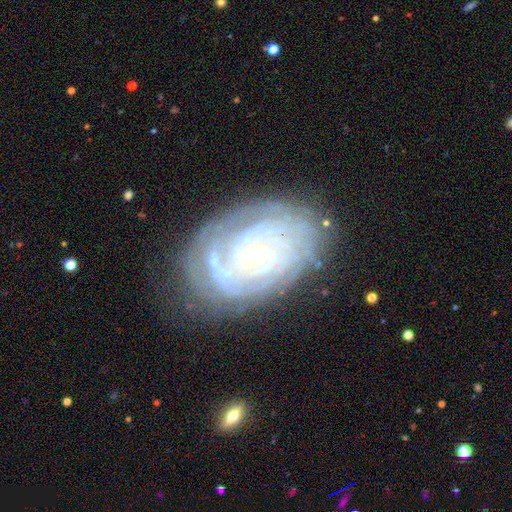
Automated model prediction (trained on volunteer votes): Q: Smooth or featured?
A: featured or disk (85%); runner-up: smooth (9%)
Q: Edge-on disk?
A: no (96%); runner-up: yes (4%)
Q: Bar?
A: no (73%); runner-up: weak (20%)
Q: Spiral arms?
A: yes (93%); runner-up: no (7%)
Q: Spiral winding?
A: tight (83%); runner-up: medium (13%)
Q: Spiral arm count?
A: can't tell (41%); runner-up: 2 (14%)
Q: Bulge size?
A: small (79%); runner-up: moderate (17%)
Q: Merging?
A: none (73%); runner-up: minor disturbance (18%)